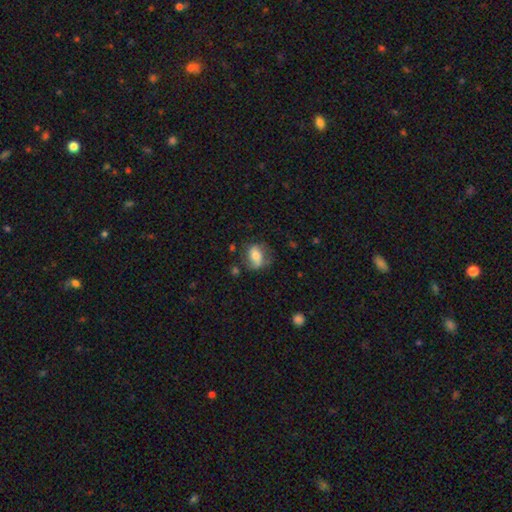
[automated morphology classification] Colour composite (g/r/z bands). It shows a smooth galaxy with no disk features (57%) that is in between round and cigar-shaped (69%). Merging: none (61%).